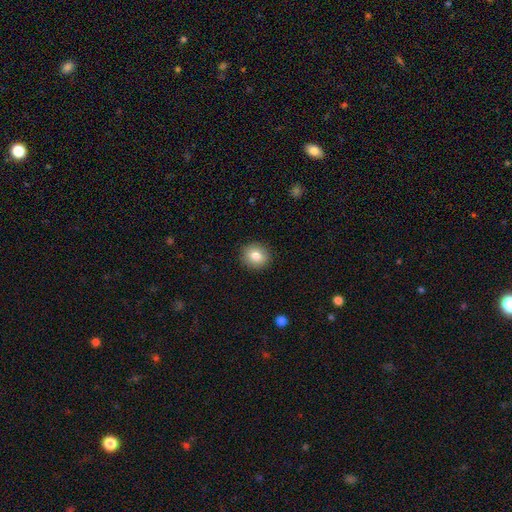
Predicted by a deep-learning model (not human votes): Smooth or featured? smooth (83%)
How rounded? round (81%)
Merging? none (91%)